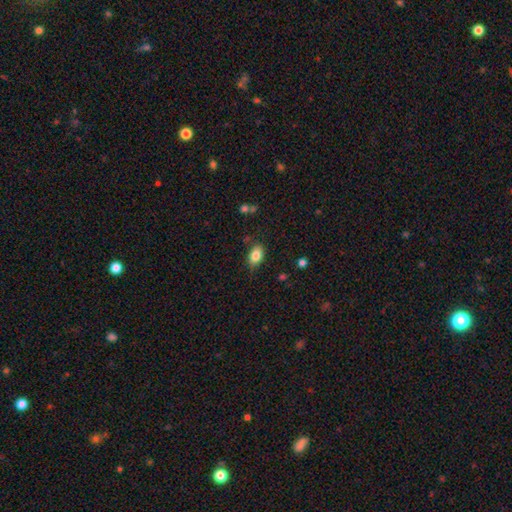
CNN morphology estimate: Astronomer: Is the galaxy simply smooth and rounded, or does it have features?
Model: smooth — 83%.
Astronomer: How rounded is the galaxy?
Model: in between — 85%.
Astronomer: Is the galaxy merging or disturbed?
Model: none — 75%.